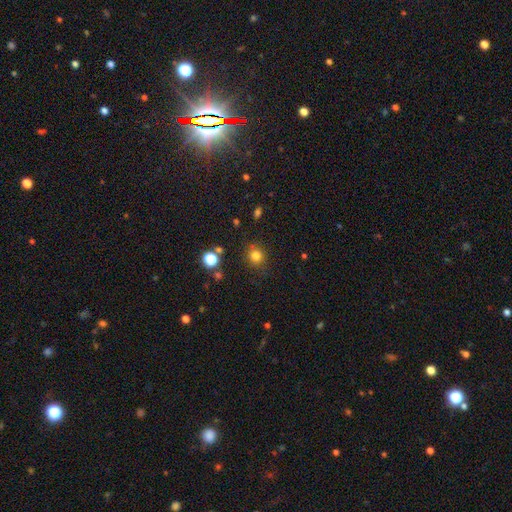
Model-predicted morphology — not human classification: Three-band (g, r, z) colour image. It shows a smooth galaxy with no disk features (79%) that is round (88%). Merging: none (81%).